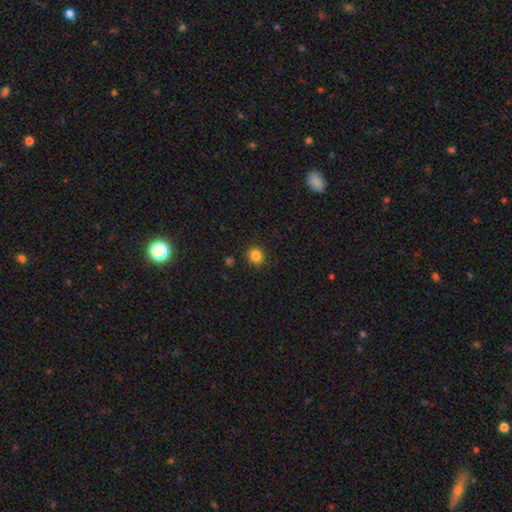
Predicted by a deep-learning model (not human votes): smooth_or_featured: smooth (p=0.84) [alt: star or artifact p=0.12]
how_rounded: round (p=0.85) [alt: in between p=0.14]
merging: none (p=0.89) [alt: minor disturbance p=0.08]